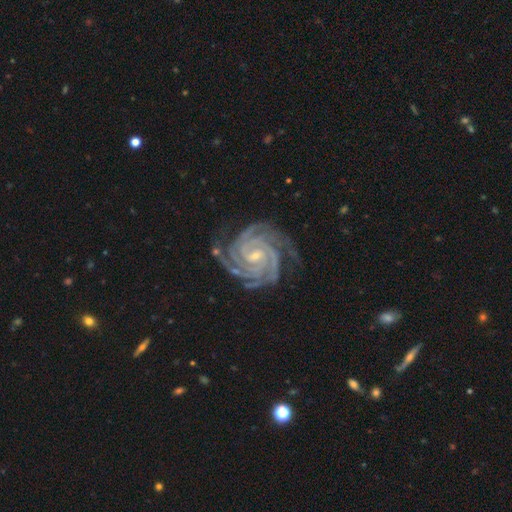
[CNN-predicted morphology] smooth_or_featured: featured or disk (p=0.93) [alt: star or artifact p=0.04]
disk_edge_on: no (p=0.98) [alt: yes p=0.02]
bar: weak (p=0.42) [alt: no p=0.35]
has_spiral_arms: yes (p=0.99) [alt: no p=0.01]
spiral_winding: tight (p=0.83) [alt: medium p=0.15]
spiral_arm_count: 4 (p=0.41) [alt: 3 p=0.23]
bulge_size: small (p=0.71) [alt: moderate p=0.26]
merging: none (p=0.76) [alt: minor disturbance p=0.17]